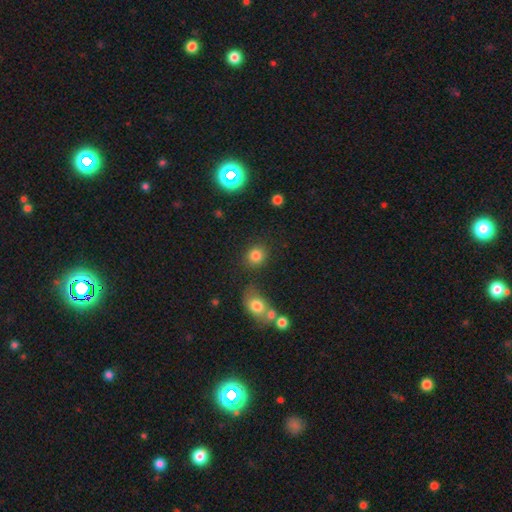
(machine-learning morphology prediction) A smooth galaxy with no disk features (82%) that is round (82%). Merging: none (82%).